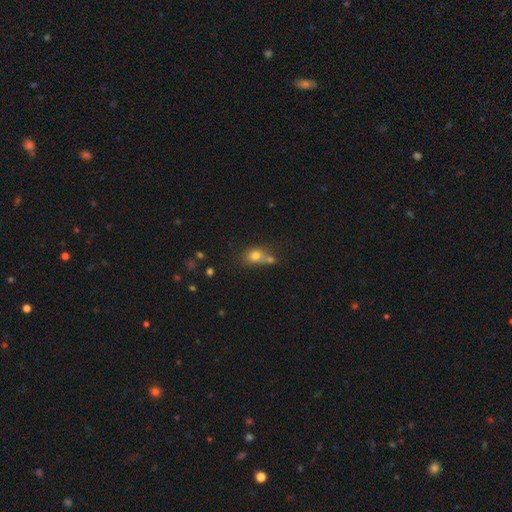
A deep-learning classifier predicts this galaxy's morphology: Overall: smooth (75%). How rounded: round (52%; in between 45%). Merging: merger (40%; none 38%).